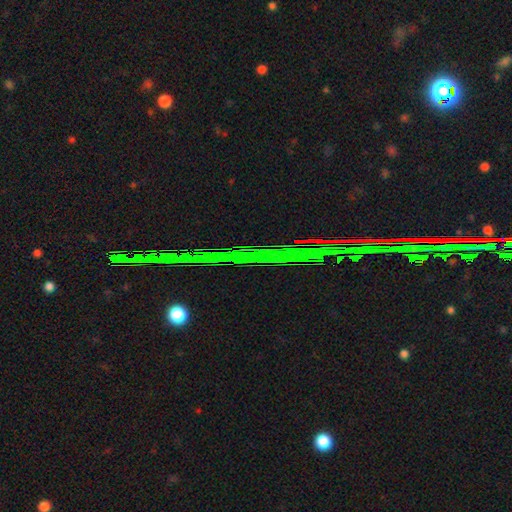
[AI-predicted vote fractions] Q: Smooth or featured?
A: star or artifact (85%); runner-up: featured or disk (8%)